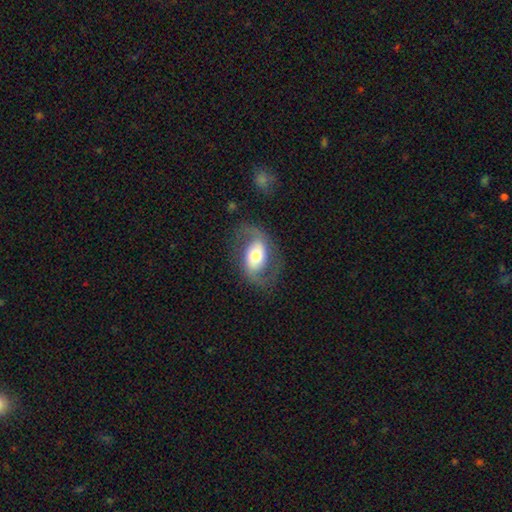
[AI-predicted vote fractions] featured or disk 69%, smooth 25%, star or artifact 6%. Down the decision tree: edge-on disk — no (96%); bar — no (47%); spiral arms — yes (82%); spiral arm count — 2 (89%); spiral winding — medium (45%); bulge size — moderate (59%); merging — none (70%).